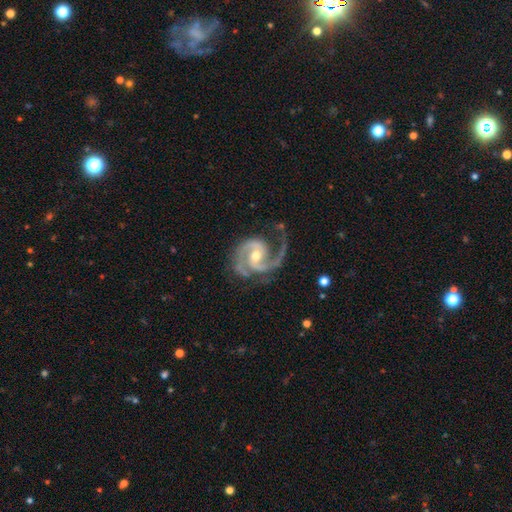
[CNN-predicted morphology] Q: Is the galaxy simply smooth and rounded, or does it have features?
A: featured or disk — 94%.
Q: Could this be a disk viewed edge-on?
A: no — 98%.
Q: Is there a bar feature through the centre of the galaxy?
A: no — 47%.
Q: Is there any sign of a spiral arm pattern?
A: yes — 99%.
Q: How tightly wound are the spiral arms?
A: medium — 58%.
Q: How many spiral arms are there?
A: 2 — 75%.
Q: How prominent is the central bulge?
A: moderate — 66%.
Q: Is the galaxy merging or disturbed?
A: none — 64%.